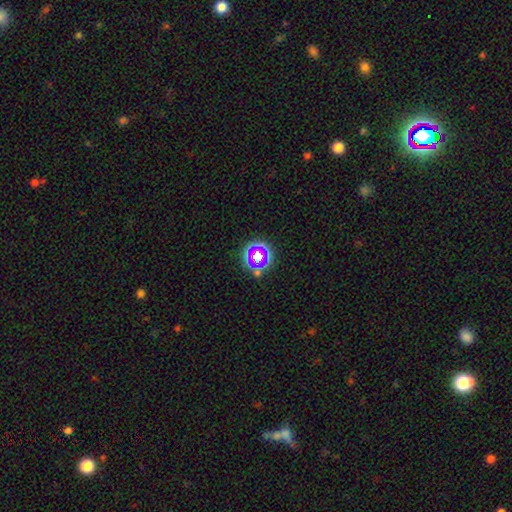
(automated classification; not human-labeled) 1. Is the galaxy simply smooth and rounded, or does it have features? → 48% star or artifact, 35% smooth, 17% featured or disk.